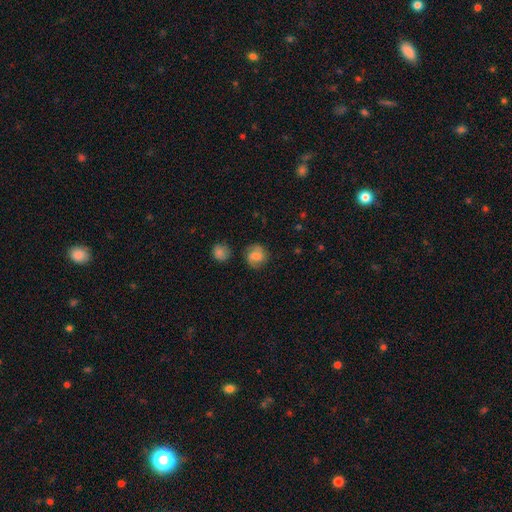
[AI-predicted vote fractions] Morphology: type=smooth (48%); merging=none (78%).